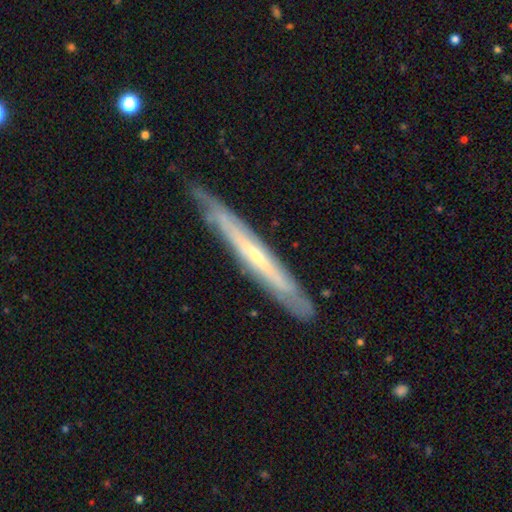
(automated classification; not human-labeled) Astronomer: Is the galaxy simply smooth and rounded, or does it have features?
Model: featured or disk — 73%.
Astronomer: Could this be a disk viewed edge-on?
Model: yes — 81%.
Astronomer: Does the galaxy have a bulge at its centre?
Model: none — 51% (runner-up: rounded, 45%).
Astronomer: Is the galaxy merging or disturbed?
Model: none — 78%.